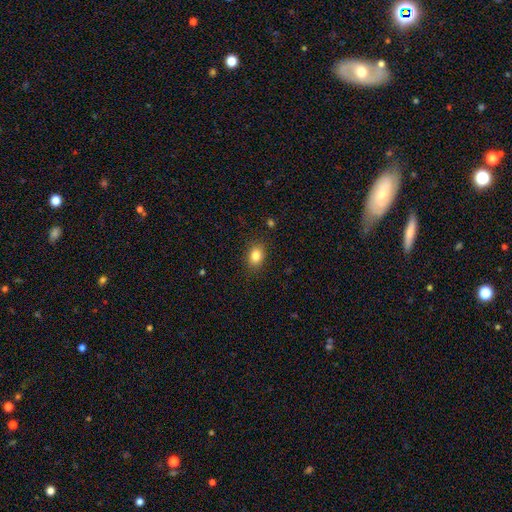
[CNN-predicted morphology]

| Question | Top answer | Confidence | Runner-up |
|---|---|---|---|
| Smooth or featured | smooth | 84% | star or artifact (10%) |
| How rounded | in between | 66% | round (32%) |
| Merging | none | 86% | minor disturbance (10%) |